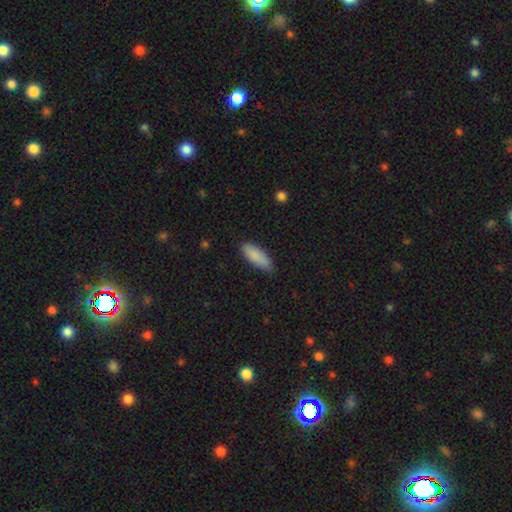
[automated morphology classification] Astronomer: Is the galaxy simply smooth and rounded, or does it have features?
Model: smooth — 87%.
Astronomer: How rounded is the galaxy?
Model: in between — 70%.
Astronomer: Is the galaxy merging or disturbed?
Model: none — 78%.